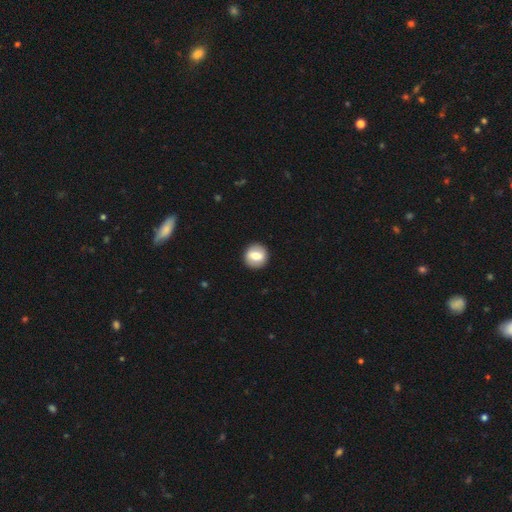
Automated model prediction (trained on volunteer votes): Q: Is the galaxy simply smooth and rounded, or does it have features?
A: smooth — 63%.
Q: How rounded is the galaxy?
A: round — 84%.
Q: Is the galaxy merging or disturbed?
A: none — 90%.